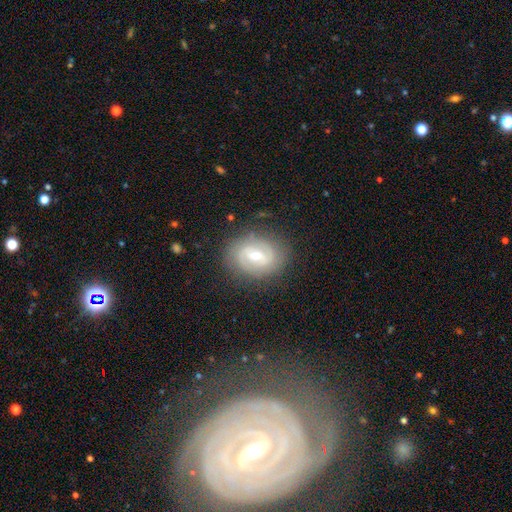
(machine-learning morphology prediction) Smooth or featured: featured or disk — 74% (smooth — 19%)
Edge-on disk: no — 96% (yes — 4%)
Bar: weak — 50% (strong — 28%)
Spiral arms: yes — 80% (no — 20%)
Spiral winding: tight — 48% (medium — 37%)
Spiral arm count: 2 — 70% (can't tell — 19%)
Bulge size: moderate — 52% (small — 44%)
Merging: none — 80% (minor disturbance — 14%)